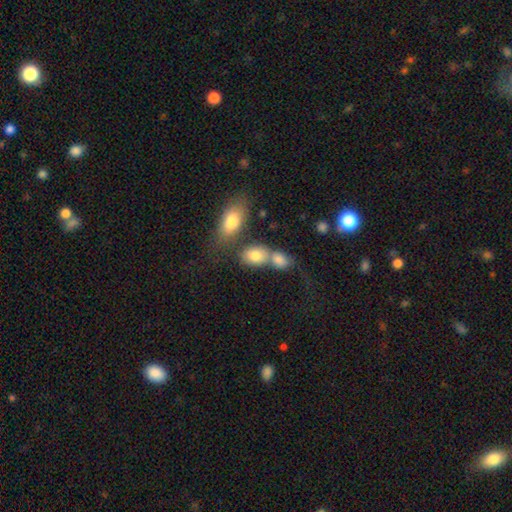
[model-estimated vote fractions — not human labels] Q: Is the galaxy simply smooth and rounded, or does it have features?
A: smooth — 79%.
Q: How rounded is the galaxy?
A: in between — 76%.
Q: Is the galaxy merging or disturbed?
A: merger — 46%.